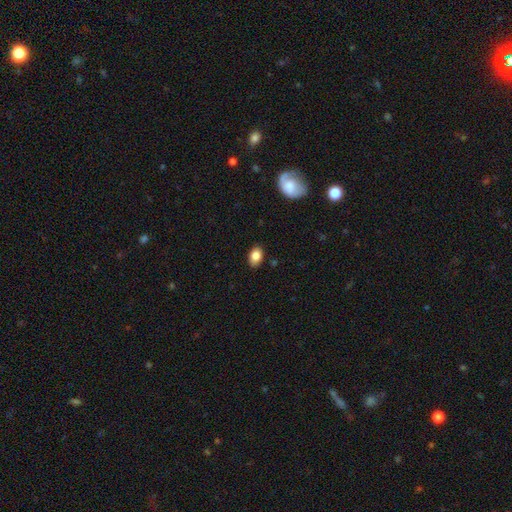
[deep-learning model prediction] smooth_or_featured: smooth (p=0.85) [alt: star or artifact p=0.08]
how_rounded: in between (p=0.85) [alt: round p=0.13]
merging: none (p=0.87) [alt: minor disturbance p=0.10]